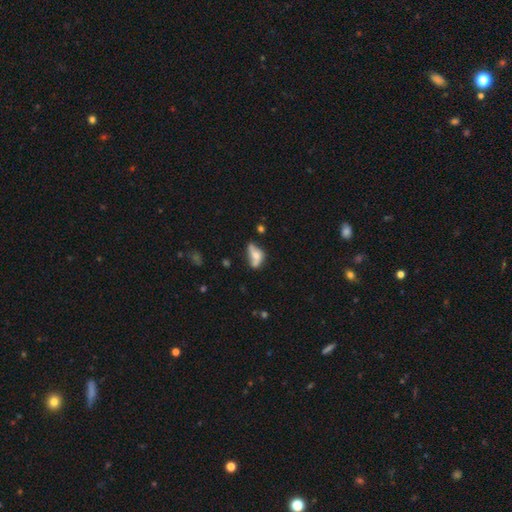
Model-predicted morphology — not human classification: Overall: featured or disk (47%; smooth 43%). Merging: none (35%; minor disturbance 26%).